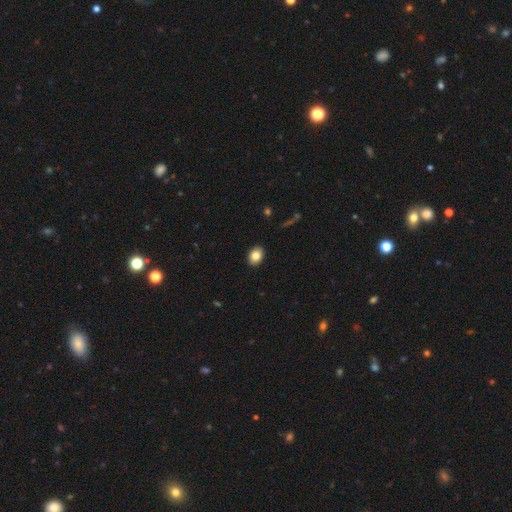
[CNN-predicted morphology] Q: Smooth or featured?
A: smooth (84%); runner-up: star or artifact (8%)
Q: How rounded?
A: in between (70%); runner-up: round (29%)
Q: Merging?
A: none (91%); runner-up: minor disturbance (6%)